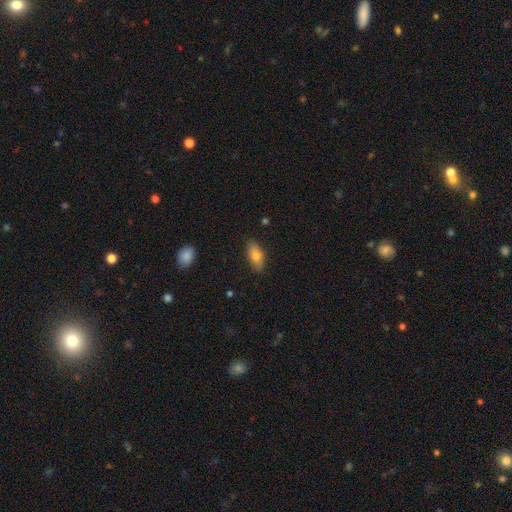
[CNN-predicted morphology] A smooth galaxy with no disk features (75%) that is in between round and cigar-shaped (82%). Merging: none (85%).